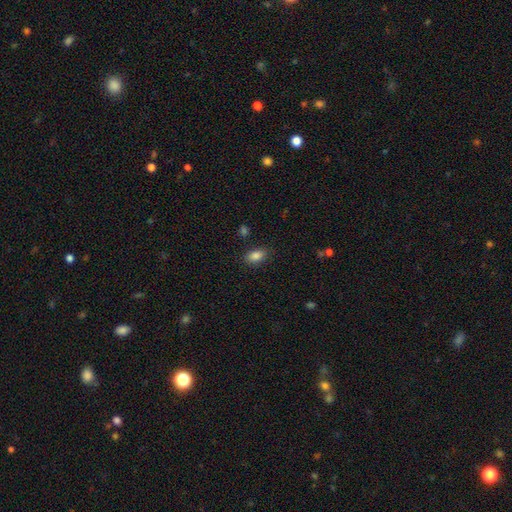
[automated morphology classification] This is clearly a smooth galaxy (86%). How rounded: clearly in between (87%). Merging: clearly none (84%).